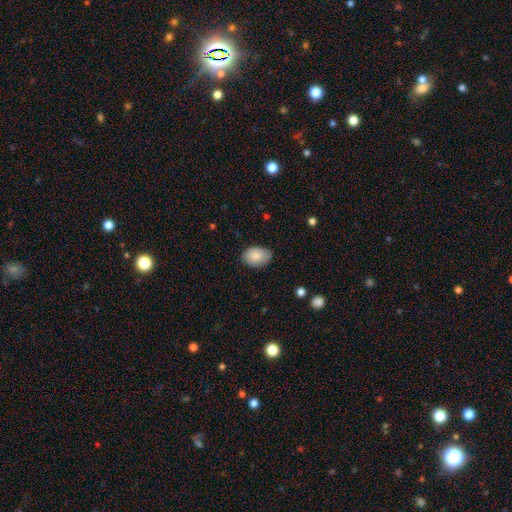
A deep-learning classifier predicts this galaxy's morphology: smooth 86%, featured or disk 8%, star or artifact 6%. Down the decision tree: how rounded — in between (86%); merging — none (77%).